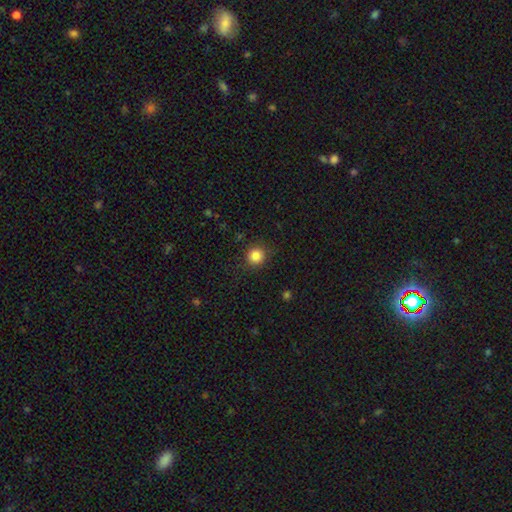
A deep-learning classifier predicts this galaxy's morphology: A smooth galaxy with no disk features (85%) that is round (93%). Merging: none (88%).